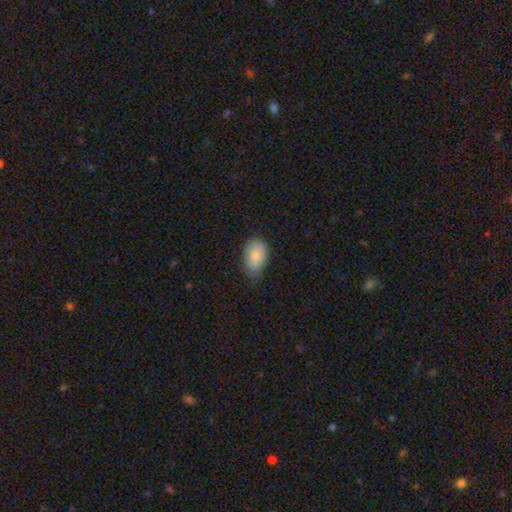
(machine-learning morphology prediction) Smooth or featured?
  - smooth: 83% *
  - featured or disk: 11%
  - star or artifact: 7%
How rounded?
  - in between: 90% *
  - round: 8%
  - cigar-shaped: 1%
Merging?
  - none: 62% *
  - minor disturbance: 31%
  - major disturbance: 5%
  - merger: 1%